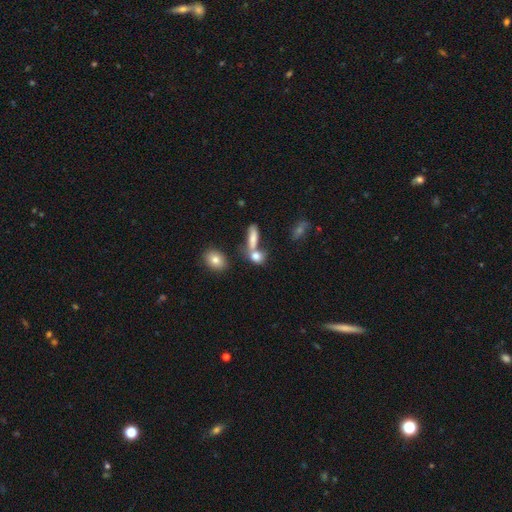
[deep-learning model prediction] Smooth or featured? Predicted: smooth (p=0.77). How rounded? Predicted: in between (p=0.52). Merging? Predicted: none (p=0.44).